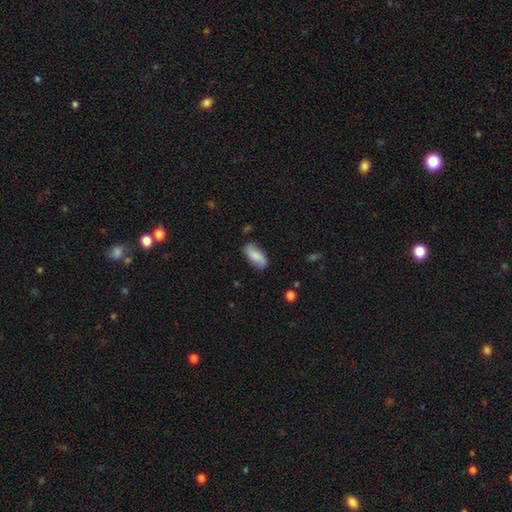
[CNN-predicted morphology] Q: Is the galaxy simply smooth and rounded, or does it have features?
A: smooth — 82%.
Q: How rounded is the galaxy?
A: in between — 89%.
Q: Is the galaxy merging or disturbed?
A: none — 80%.